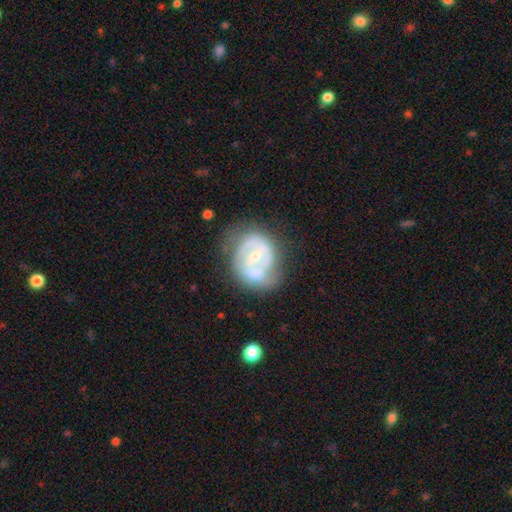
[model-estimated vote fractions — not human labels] This is likely a featured or disk galaxy (75%). It is clearly not viewed edge-on (97%). Bar: marginally weak (40%). Spiral arm pattern: likely yes (66%). Central bulge: possibly small (58%). Merging: possibly none (53%).